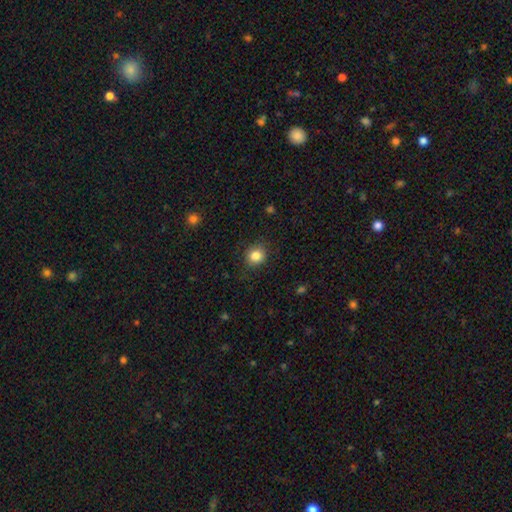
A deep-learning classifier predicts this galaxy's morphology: smooth-or-featured: smooth: 84% | star or artifact: 11% | featured or disk: 5%
  how-rounded: round: 84% | in between: 15% | cigar-shaped: 1%
  merging: none: 87% | minor disturbance: 9% | major disturbance: 3% | merger: 1%